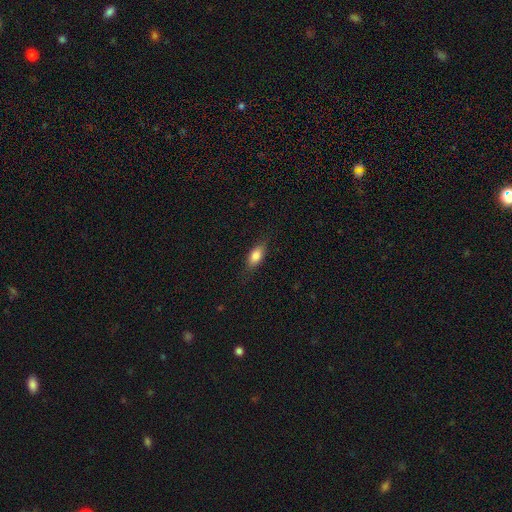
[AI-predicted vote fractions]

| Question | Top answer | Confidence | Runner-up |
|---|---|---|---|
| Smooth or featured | smooth | 78% | featured or disk (15%) |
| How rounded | in between | 76% | cigar-shaped (20%) |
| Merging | none | 82% | minor disturbance (14%) |